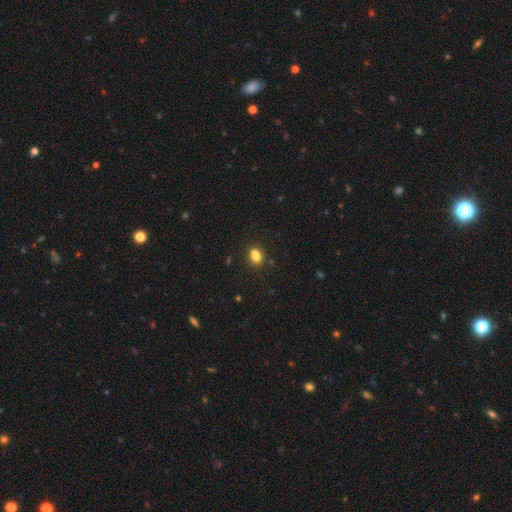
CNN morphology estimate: smooth-or-featured: smooth: 74% | star or artifact: 14% | featured or disk: 12%
  how-rounded: round: 61% | in between: 37% | cigar-shaped: 1%
  merging: none: 47% | merger: 39% | minor disturbance: 10% | major disturbance: 4%